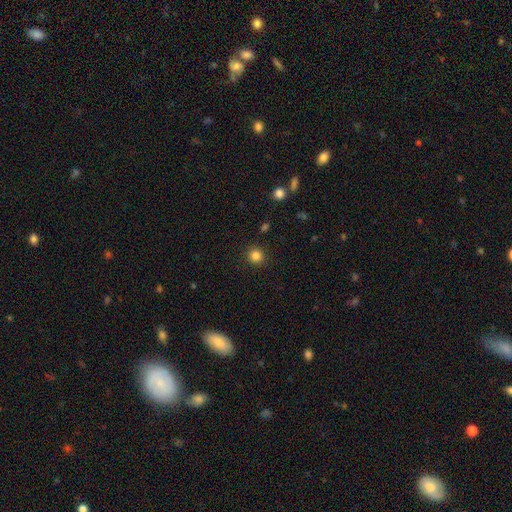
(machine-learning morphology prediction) Overall: smooth (83%). How rounded: round (93%). Merging: none (91%).